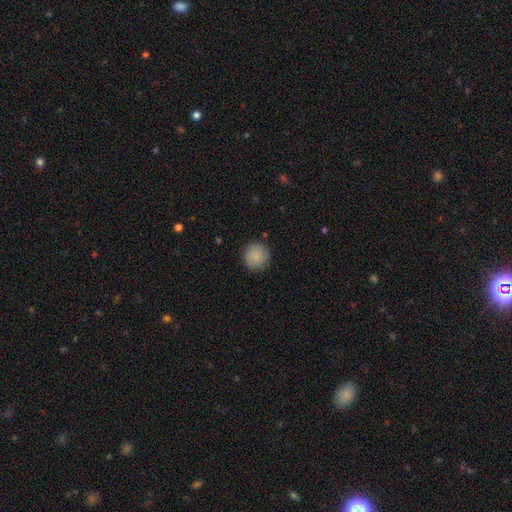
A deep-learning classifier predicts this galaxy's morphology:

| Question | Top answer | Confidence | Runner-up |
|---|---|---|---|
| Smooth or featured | smooth | 87% | star or artifact (7%) |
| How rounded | round | 94% | in between (5%) |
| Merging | none | 88% | minor disturbance (8%) |